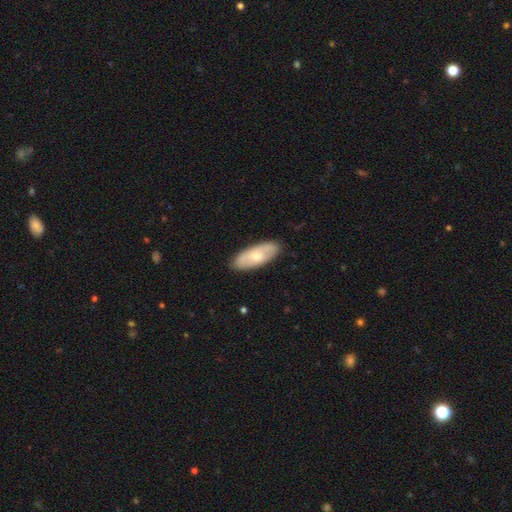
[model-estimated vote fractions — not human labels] Smooth or featured?
  - smooth: 63% *
  - featured or disk: 32%
  - star or artifact: 5%
How rounded?
  - in between: 81% *
  - cigar-shaped: 17%
  - round: 2%
Merging?
  - none: 86% *
  - minor disturbance: 11%
  - major disturbance: 2%
  - merger: 1%